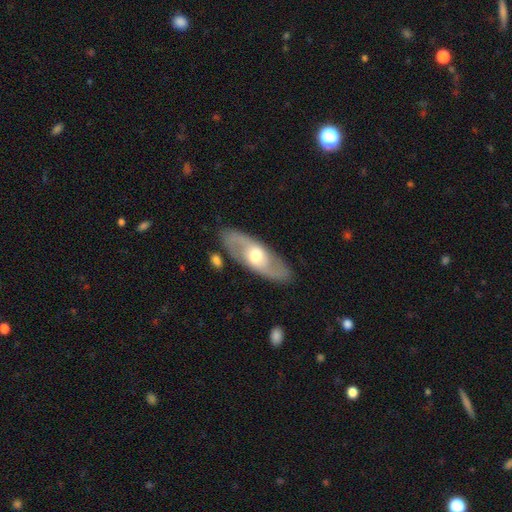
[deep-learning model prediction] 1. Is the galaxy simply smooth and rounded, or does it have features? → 65% featured or disk, 30% smooth, 5% star or artifact.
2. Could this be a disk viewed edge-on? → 83% no, 17% yes.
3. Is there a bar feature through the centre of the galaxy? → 63% no, 28% weak, 9% strong.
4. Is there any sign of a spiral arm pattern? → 64% yes, 36% no.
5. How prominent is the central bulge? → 70% moderate, 14% large, 13% small, 1% dominant, 1% none.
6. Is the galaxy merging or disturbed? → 83% none, 11% minor disturbance, 3% major disturbance, 3% merger.